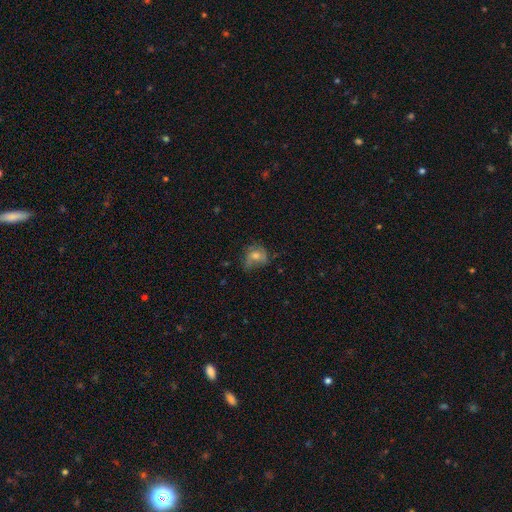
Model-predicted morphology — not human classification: Q: Smooth or featured?
A: smooth (50%); runner-up: featured or disk (36%)
Q: How rounded?
A: round (53%); runner-up: in between (46%)
Q: Merging?
A: none (45%); runner-up: minor disturbance (29%)